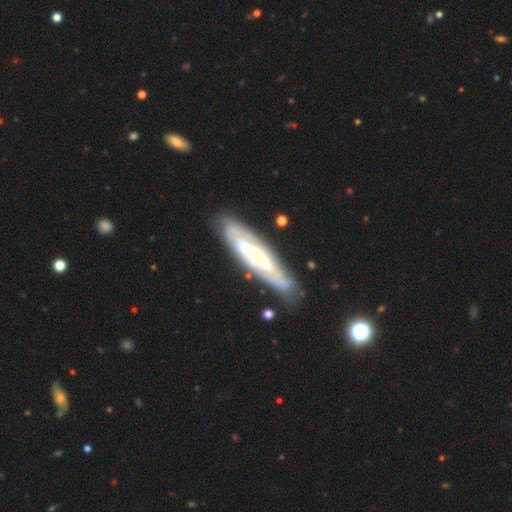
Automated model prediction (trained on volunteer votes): Morphology: type=featured or disk (75%); edge-on=no (69%); bar=no (52%); spiral arms=yes (76%); bulge=small (54%); merging=none (76%).